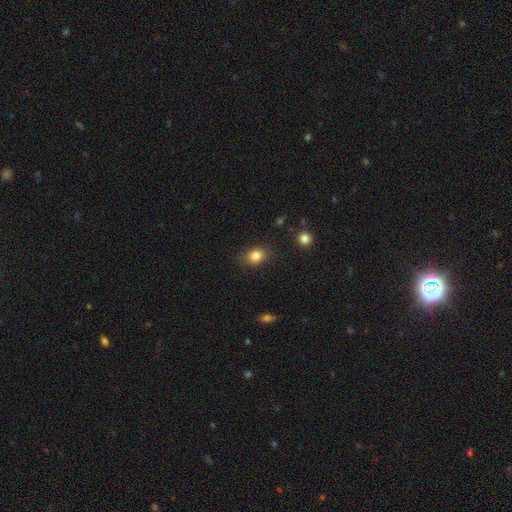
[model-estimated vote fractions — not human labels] A smooth galaxy with no disk features (83%) that is in between round and cigar-shaped (58%).

Vote fractions:
- Smooth or featured? smooth: 83% / star or artifact: 11% / featured or disk: 6%
- How rounded? in between: 58% / round: 41% / cigar-shaped: 1%
- Merging? none: 82% / minor disturbance: 13% / major disturbance: 3% / merger: 2%